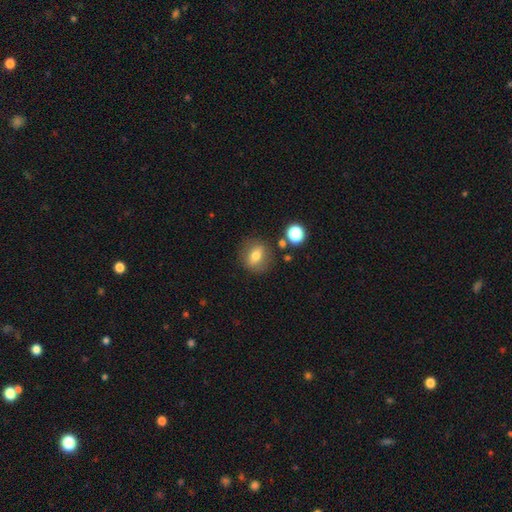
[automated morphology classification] smooth 68%, featured or disk 21%, star or artifact 11%. Down the decision tree: how rounded — round (53%); merging — none (81%).